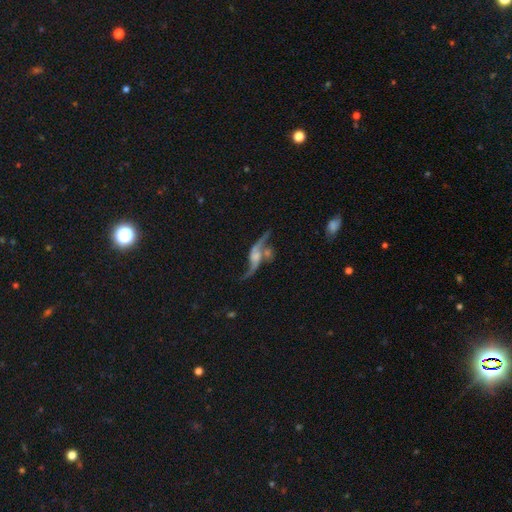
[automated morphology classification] A featured or disk galaxy (84%) with no bar (55%), 2 (91%) loose (91%) spiral arms (92%) and a small central bulge (32%, tied with none).

Vote fractions:
- Smooth or featured? featured or disk: 84% / smooth: 9% / star or artifact: 7%
- Edge-on disk? no: 90% / yes: 10%
- Bar? no: 55% / weak: 33% / strong: 11%
- Spiral arms? yes: 92% / no: 8%
- Spiral winding? loose: 91% / medium: 7% / tight: 2%
- Spiral arm count? 2: 91% / 1: 4% / can't tell: 2% / 3: 1% / 4: 1% / more than 4: 1%
- Bulge size? small: 32% (tied) / none: 32% (tied) / moderate: 26% / large: 8% / dominant: 2%
- Merging? none: 43% / merger: 28% / minor disturbance: 15% / major disturbance: 14%